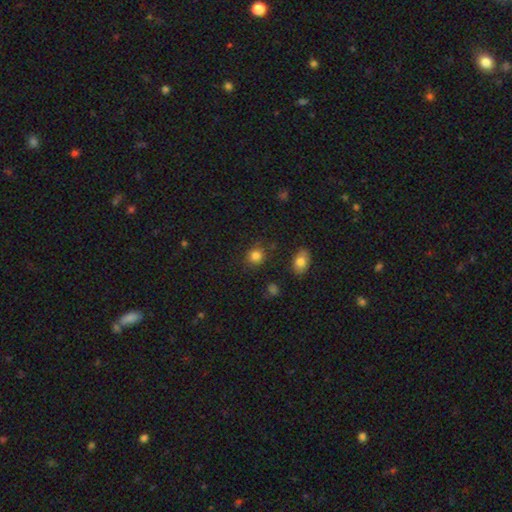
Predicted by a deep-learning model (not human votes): smooth-or-featured: smooth: 84% | star or artifact: 11% | featured or disk: 5%
  how-rounded: round: 81% | in between: 18% | cigar-shaped: 1%
  merging: none: 85% | minor disturbance: 9% | major disturbance: 3% | merger: 3%